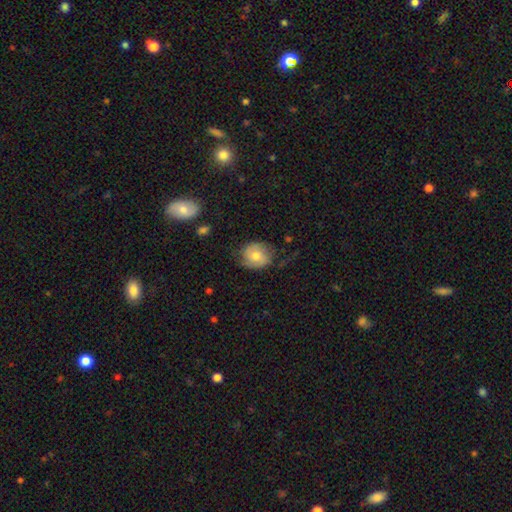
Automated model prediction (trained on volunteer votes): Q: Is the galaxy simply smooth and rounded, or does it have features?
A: smooth — 59%.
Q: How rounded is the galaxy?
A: round — 72%.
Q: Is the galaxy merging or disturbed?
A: none — 65%.